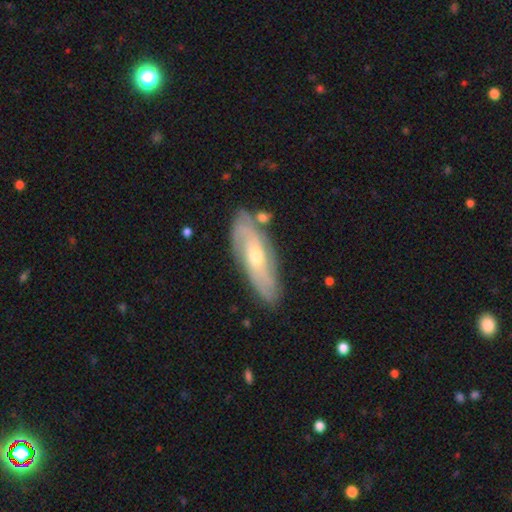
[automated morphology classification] This appears to be a featured or disk galaxy (74%) with no bar (63%), 2 (42%) tight (46%) spiral arms (87%) and a moderate central bulge (50%). Merging: none (79%).